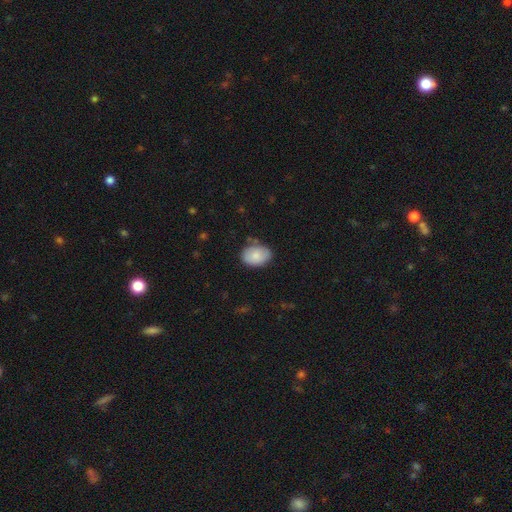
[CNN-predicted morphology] A smooth galaxy with no disk features (81%) that is in between round and cigar-shaped (77%). Merging: none (73%).